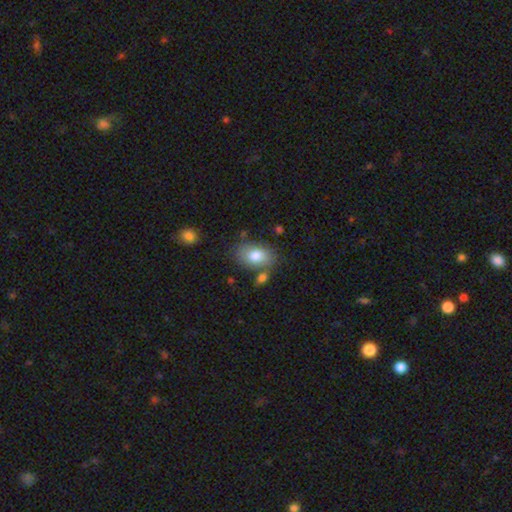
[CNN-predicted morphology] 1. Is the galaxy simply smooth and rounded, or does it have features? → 80% smooth, 12% featured or disk, 7% star or artifact.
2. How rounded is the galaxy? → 87% in between, 11% round, 1% cigar-shaped.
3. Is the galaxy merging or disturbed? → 70% none, 15% minor disturbance, 11% merger, 4% major disturbance.